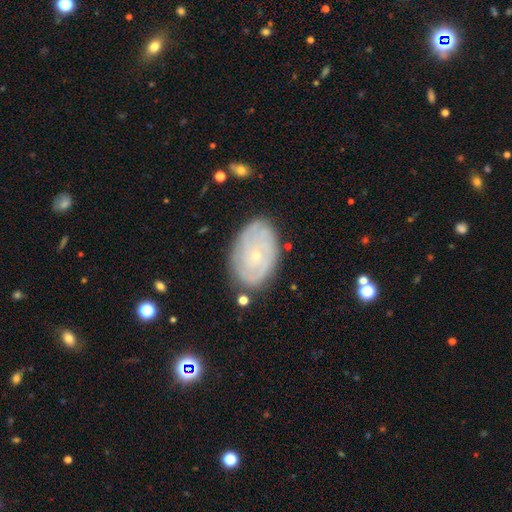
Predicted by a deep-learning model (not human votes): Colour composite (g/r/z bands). It shows a featured or disk galaxy (71%) with no bar (83%), tight (71%) spiral arms (84%) and a small central bulge (83%). Merging: none (79%).